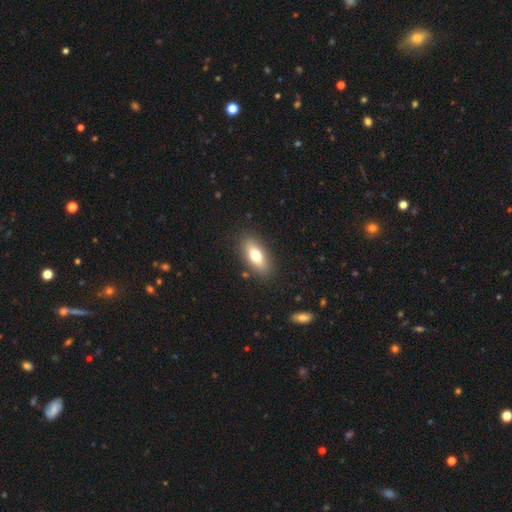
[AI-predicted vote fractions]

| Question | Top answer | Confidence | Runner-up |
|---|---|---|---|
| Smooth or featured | smooth | 69% | featured or disk (23%) |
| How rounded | in between | 80% | cigar-shaped (16%) |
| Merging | none | 86% | minor disturbance (9%) |